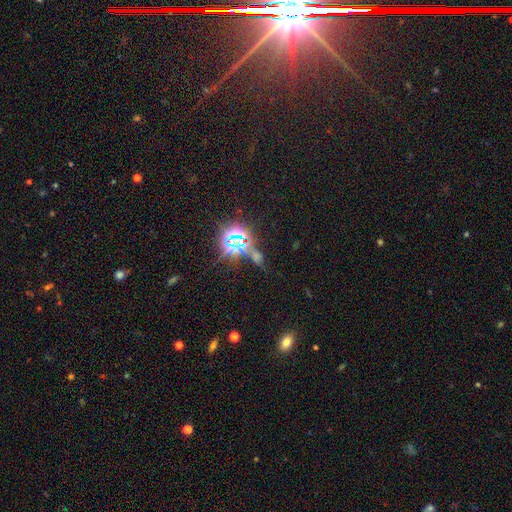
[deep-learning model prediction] Overall: star or artifact (75%).